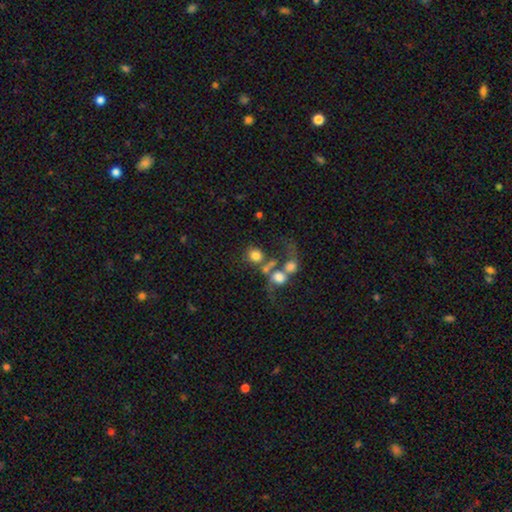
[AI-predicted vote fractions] Smooth or featured: smooth — 72% (featured or disk — 16%)
How rounded: round — 84% (in between — 15%)
Merging: merger — 40% (none — 36%)